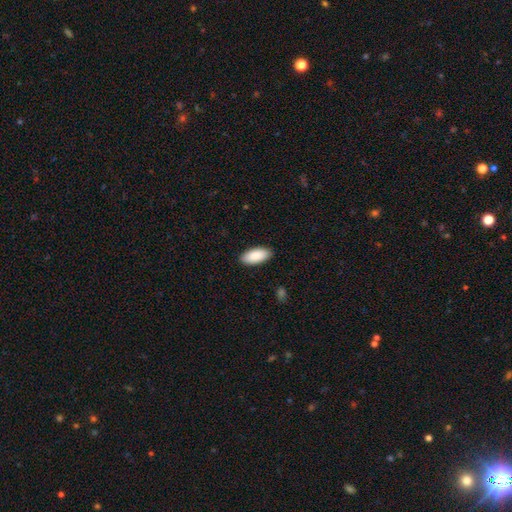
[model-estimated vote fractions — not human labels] Morphology: type=smooth (90%); roundness=in between (91%); merging=none (89%).